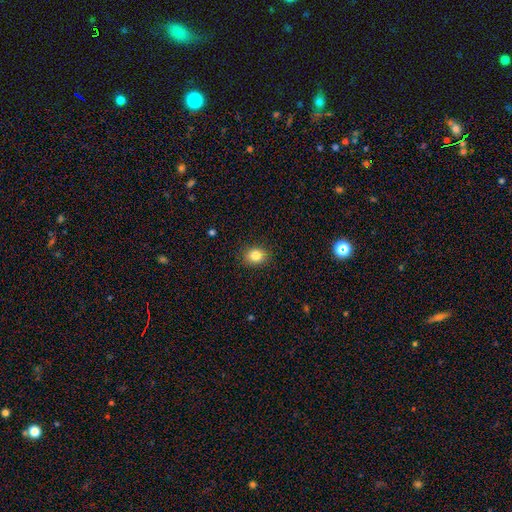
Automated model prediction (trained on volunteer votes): This is clearly a smooth galaxy (84%). How rounded: possibly round (52%). Merging: clearly none (89%).